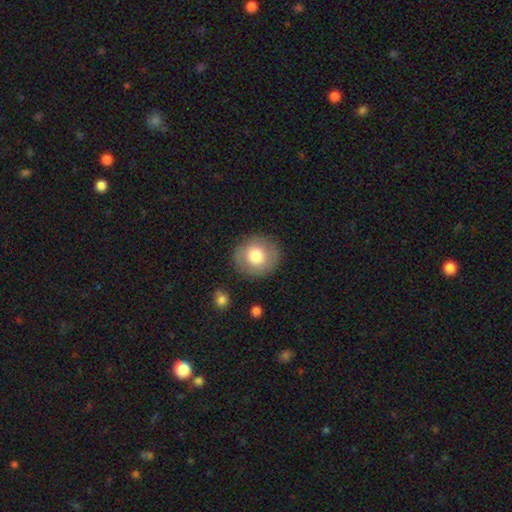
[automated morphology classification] This appears to be a smooth galaxy with no disk features (76%) that is round (89%). Merging: none (86%).